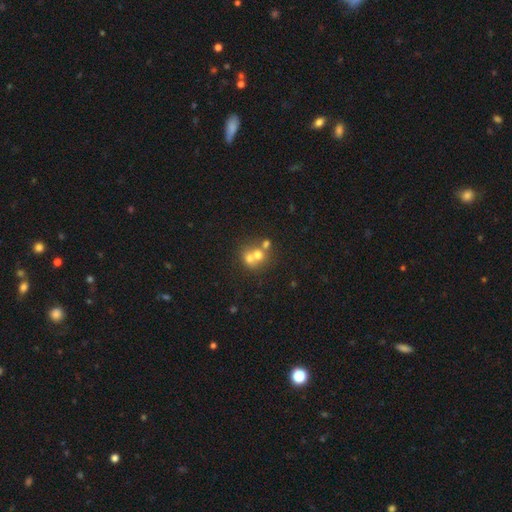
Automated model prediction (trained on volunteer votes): Q: Smooth or featured?
A: smooth (60%); runner-up: featured or disk (26%)
Q: How rounded?
A: round (77%); runner-up: in between (22%)
Q: Merging?
A: merger (58%); runner-up: none (32%)